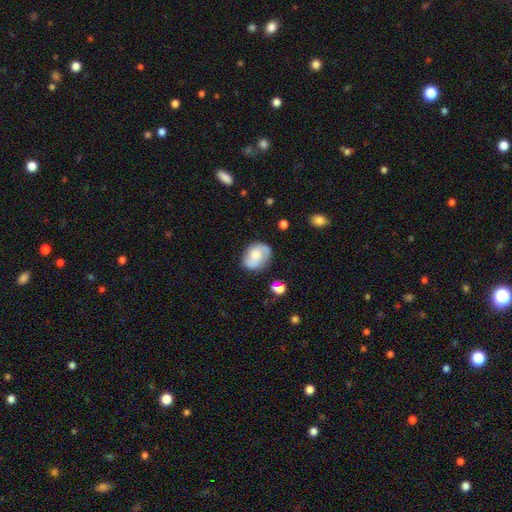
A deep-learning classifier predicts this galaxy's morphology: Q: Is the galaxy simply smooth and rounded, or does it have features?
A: smooth — 51%.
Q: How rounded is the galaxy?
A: in between — 55%.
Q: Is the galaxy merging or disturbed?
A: none — 67%.